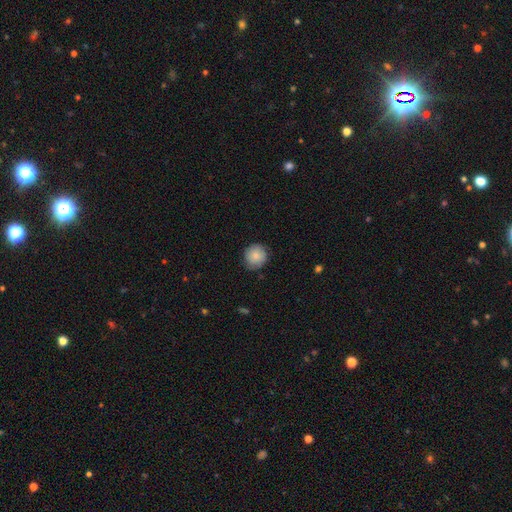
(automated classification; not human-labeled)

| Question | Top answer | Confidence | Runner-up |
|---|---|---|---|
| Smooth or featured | smooth | 83% | featured or disk (10%) |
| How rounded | round | 90% | in between (10%) |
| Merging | none | 79% | minor disturbance (17%) |